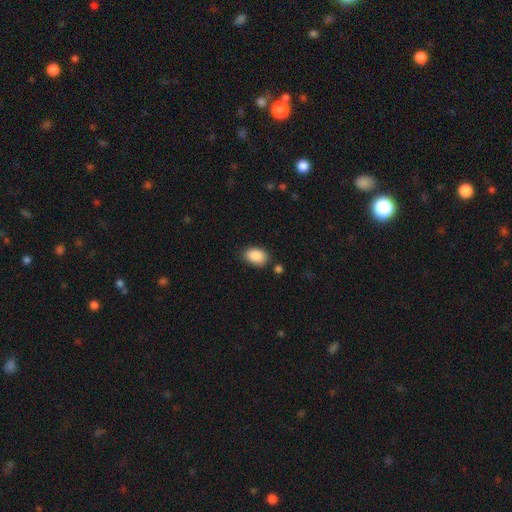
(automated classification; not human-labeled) A smooth galaxy with no disk features (89%) that is in between round and cigar-shaped (88%).

Vote fractions:
- Smooth or featured? smooth: 89% / star or artifact: 7% / featured or disk: 4%
- How rounded? in between: 88% / round: 11% / cigar-shaped: 1%
- Merging? none: 79% / minor disturbance: 15% / merger: 3% / major disturbance: 3%